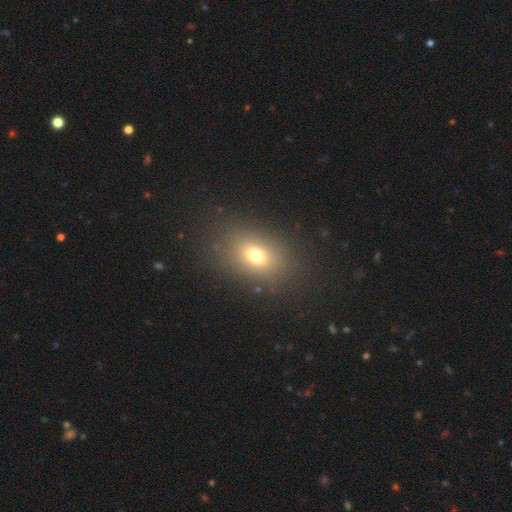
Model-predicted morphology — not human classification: Overall: smooth (70%). How rounded: in between (68%; round 30%). Merging: none (84%).